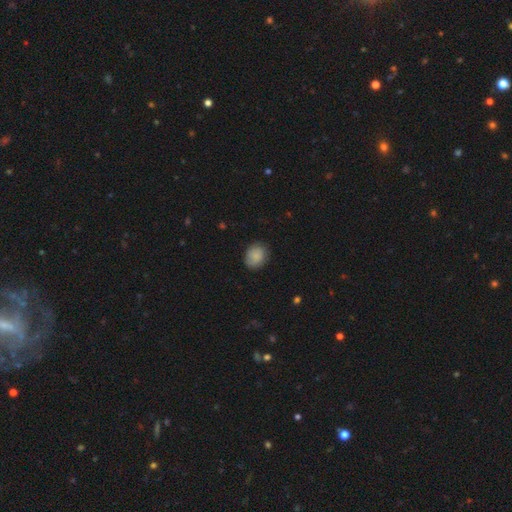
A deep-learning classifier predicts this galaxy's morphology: Smooth or featured? Predicted: smooth (p=0.82). How rounded? Predicted: round (p=0.54). Merging? Predicted: none (p=0.80).